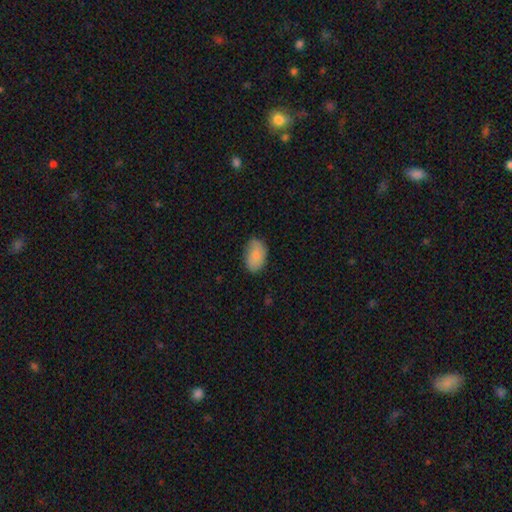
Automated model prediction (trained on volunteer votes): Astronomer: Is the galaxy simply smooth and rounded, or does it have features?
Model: smooth — 83%.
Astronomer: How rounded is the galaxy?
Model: in between — 91%.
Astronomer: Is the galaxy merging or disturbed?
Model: none — 77%.